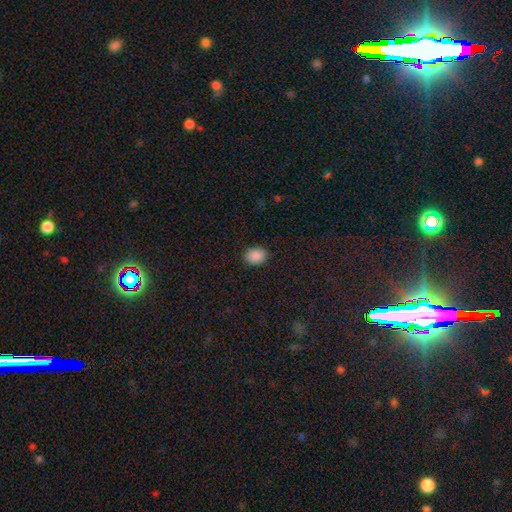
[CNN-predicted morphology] Smooth or featured: smooth — 89% (star or artifact — 8%)
How rounded: in between — 59% (round — 40%)
Merging: none — 89% (minor disturbance — 8%)